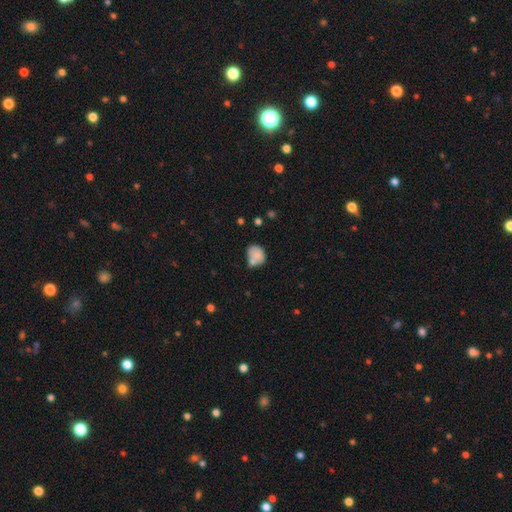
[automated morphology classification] Smooth or featured? Predicted: smooth (p=0.74). How rounded? Predicted: in between (p=0.51). Merging? Predicted: none (p=0.40).